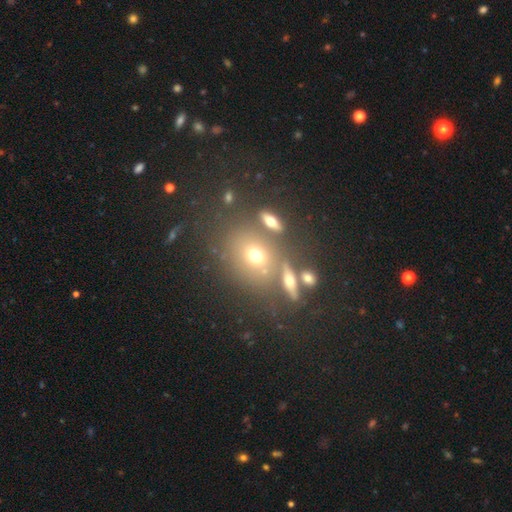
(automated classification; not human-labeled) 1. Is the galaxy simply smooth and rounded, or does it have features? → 61% smooth, 22% featured or disk, 17% star or artifact.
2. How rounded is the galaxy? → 59% round, 37% in between, 3% cigar-shaped.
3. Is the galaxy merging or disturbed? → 64% none, 18% merger, 12% minor disturbance, 6% major disturbance.